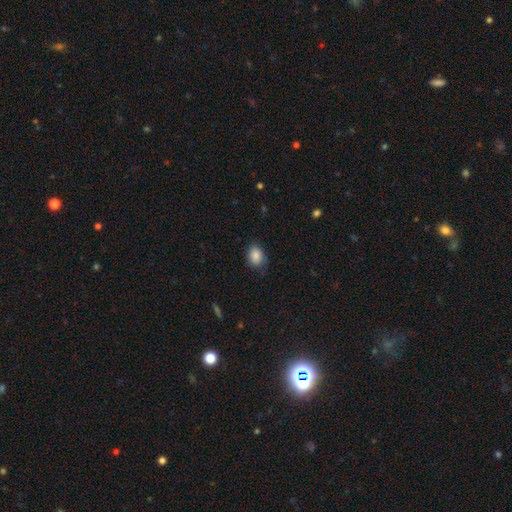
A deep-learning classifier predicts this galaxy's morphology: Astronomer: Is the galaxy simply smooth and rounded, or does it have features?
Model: smooth — 87%.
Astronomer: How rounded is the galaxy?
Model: in between — 66%.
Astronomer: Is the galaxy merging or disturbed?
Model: none — 73%.